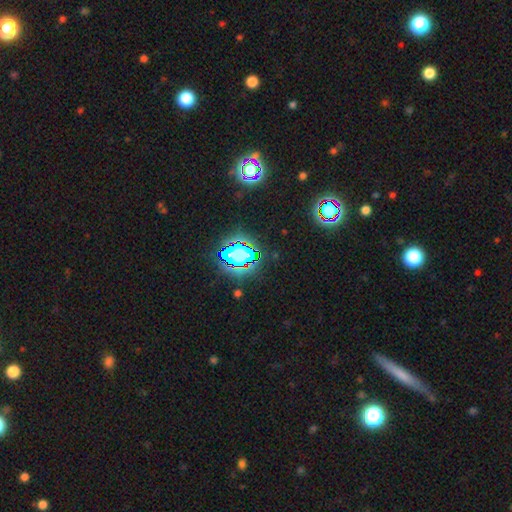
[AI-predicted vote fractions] Smooth or featured?
  - star or artifact: 76% *
  - smooth: 14%
  - featured or disk: 10%